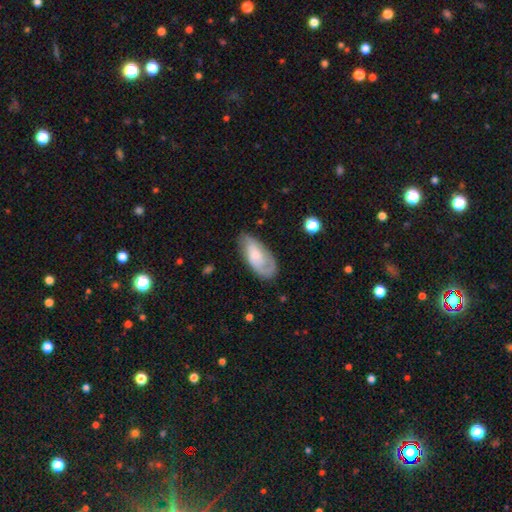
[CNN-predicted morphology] type=smooth (48%); merging=none (67%).